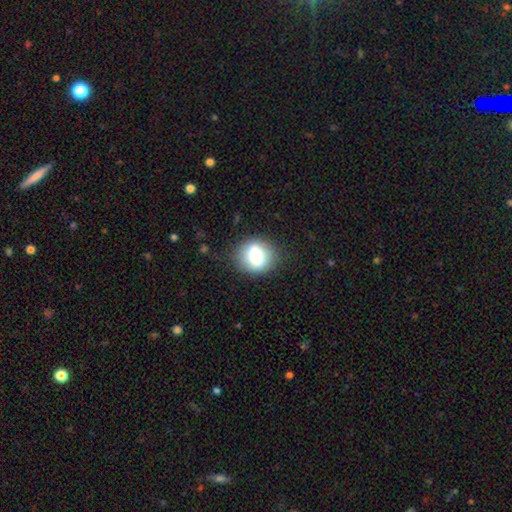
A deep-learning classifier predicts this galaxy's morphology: This is likely a smooth galaxy (75%). How rounded: likely round (63%). Merging: clearly none (81%).